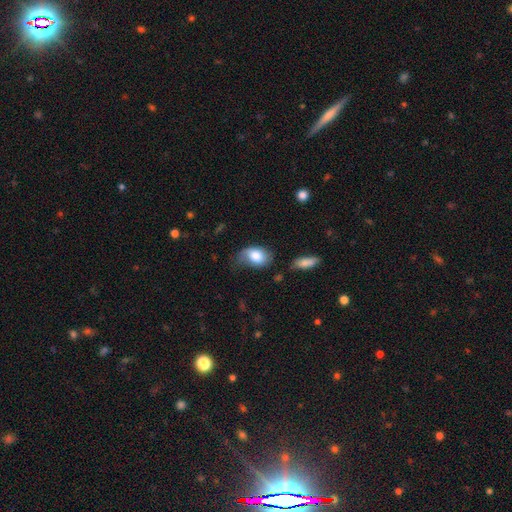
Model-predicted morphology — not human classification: Q: Smooth or featured?
A: smooth (76%); runner-up: featured or disk (17%)
Q: How rounded?
A: in between (84%); runner-up: round (15%)
Q: Merging?
A: none (45%); runner-up: minor disturbance (37%)